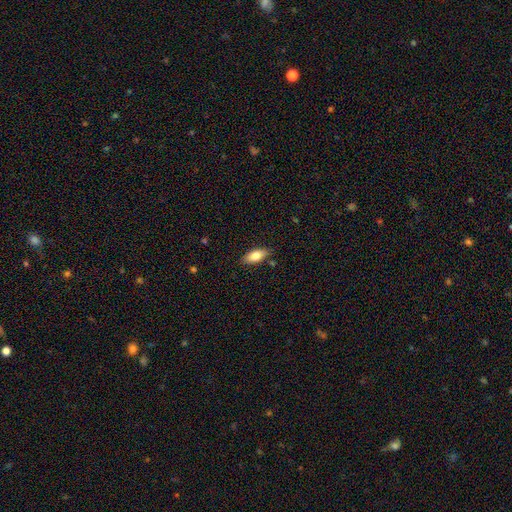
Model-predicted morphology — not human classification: smooth 78%, featured or disk 15%, star or artifact 7%. Down the decision tree: how rounded — in between (85%); merging — none (83%).